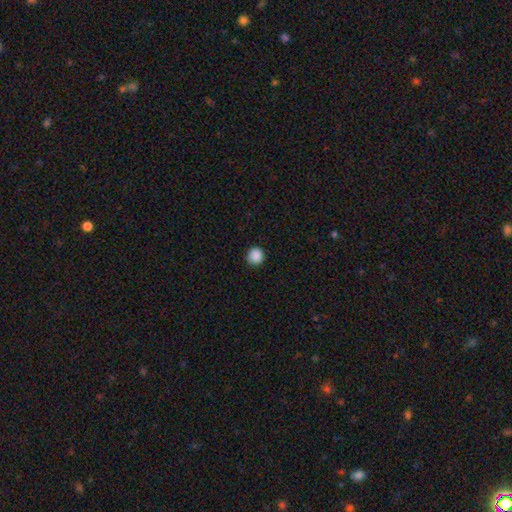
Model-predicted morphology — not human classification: The model was most divided on "smooth or featured": smooth: 88%, star or artifact: 9%, featured or disk: 2%. More confident: how rounded — round (93%); merging — none (91%).